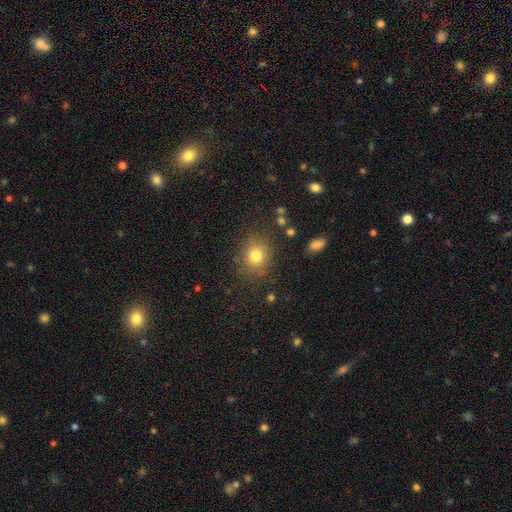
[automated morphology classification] smooth 79%, star or artifact 13%, featured or disk 8%. Down the decision tree: how rounded — round (74%); merging — none (81%).